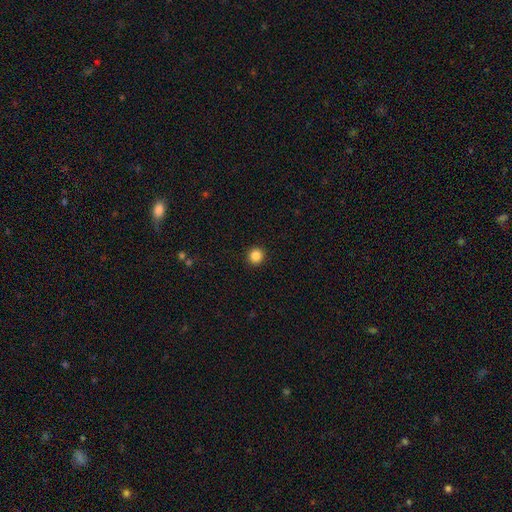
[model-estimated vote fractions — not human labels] This appears to be a smooth galaxy with no disk features (86%) that is round (92%). Merging: none (93%).